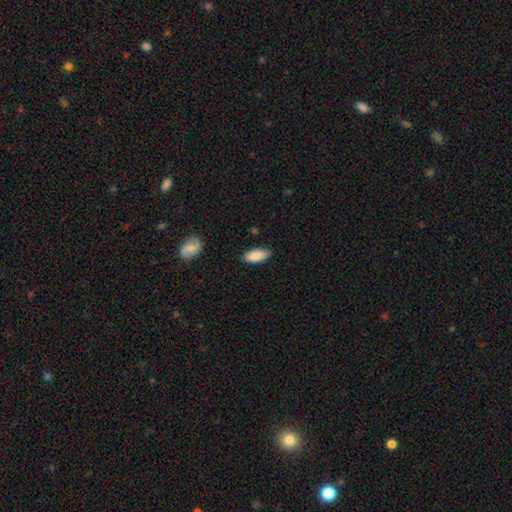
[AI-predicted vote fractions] Overall: smooth (88%). How rounded: in between (87%). Merging: none (85%).